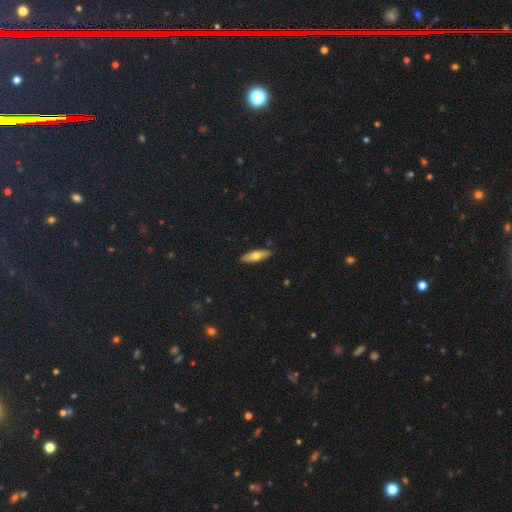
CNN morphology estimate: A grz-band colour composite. It shows a smooth galaxy with no disk features (62%) that is cigar-shaped (56%). Merging: none (87%).